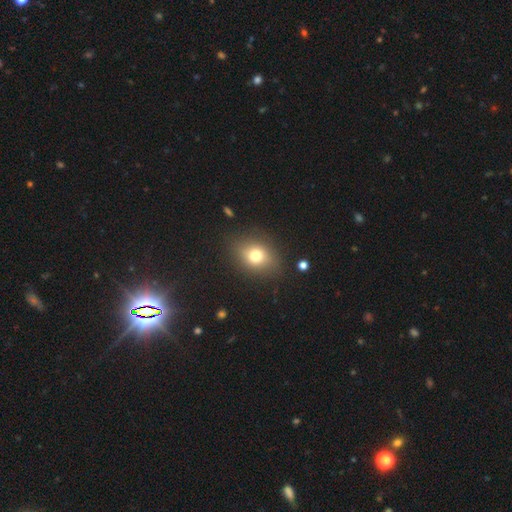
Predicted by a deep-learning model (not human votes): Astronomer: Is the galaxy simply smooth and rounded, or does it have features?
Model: smooth — 73%.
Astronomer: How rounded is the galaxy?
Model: in between — 53% (runner-up: round, 46%).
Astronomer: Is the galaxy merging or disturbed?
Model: none — 81%.